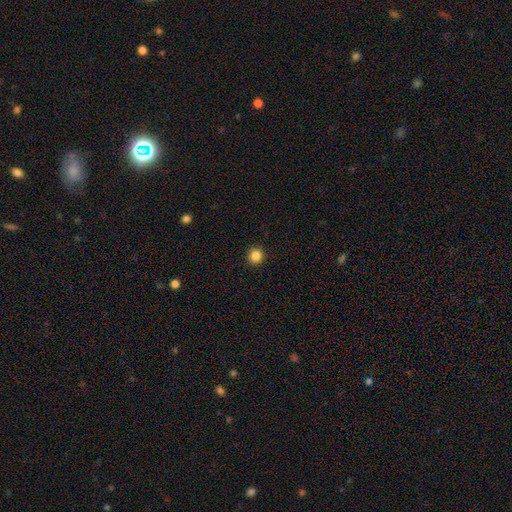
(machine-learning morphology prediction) smooth 85%, star or artifact 11%, featured or disk 4%. Down the decision tree: how rounded — round (94%); merging — none (93%).